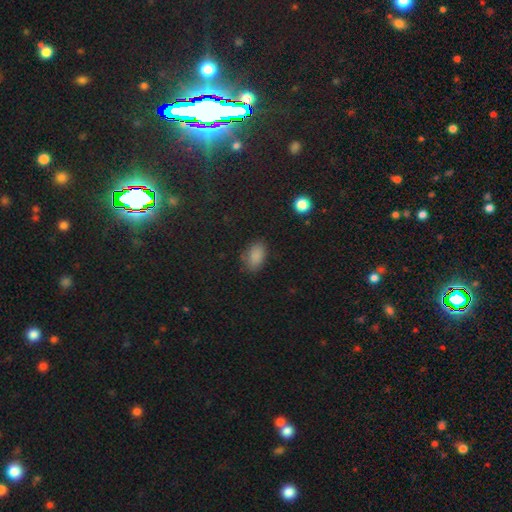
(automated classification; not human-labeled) This is clearly a smooth galaxy (83%). How rounded: clearly in between (88%). Merging: likely none (77%).